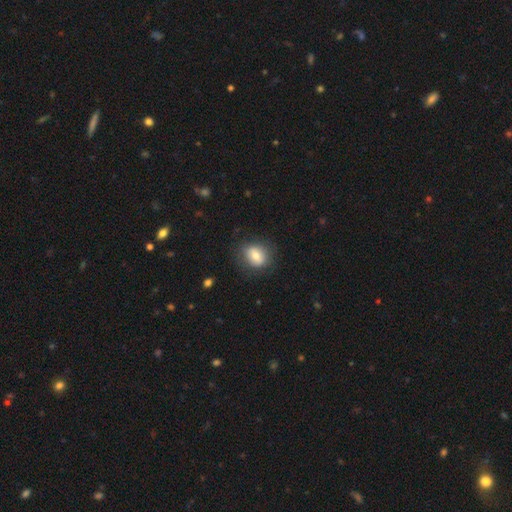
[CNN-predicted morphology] This is likely a smooth galaxy (74%). How rounded: possibly round (53%). Merging: likely none (80%).